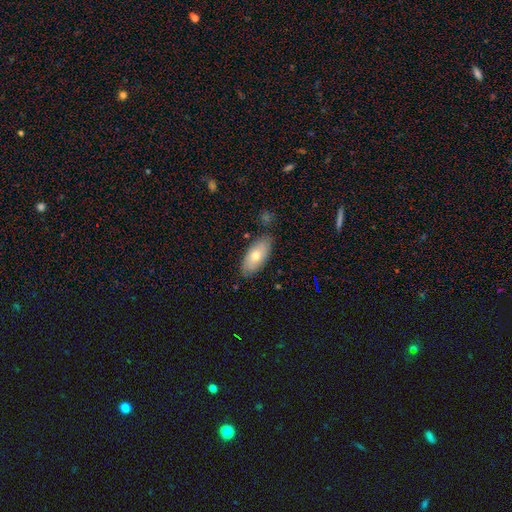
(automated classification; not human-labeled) Q: Smooth or featured?
A: smooth (66%); runner-up: featured or disk (28%)
Q: How rounded?
A: in between (89%); runner-up: cigar-shaped (8%)
Q: Merging?
A: none (81%); runner-up: minor disturbance (14%)